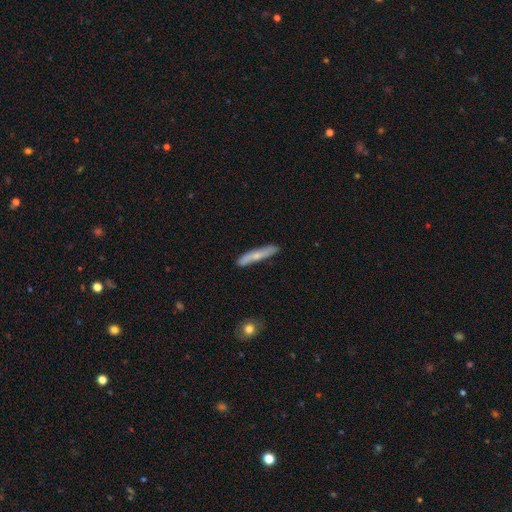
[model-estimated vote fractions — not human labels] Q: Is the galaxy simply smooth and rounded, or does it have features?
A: smooth — 57%.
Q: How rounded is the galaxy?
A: cigar-shaped — 92%.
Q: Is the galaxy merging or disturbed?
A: none — 85%.